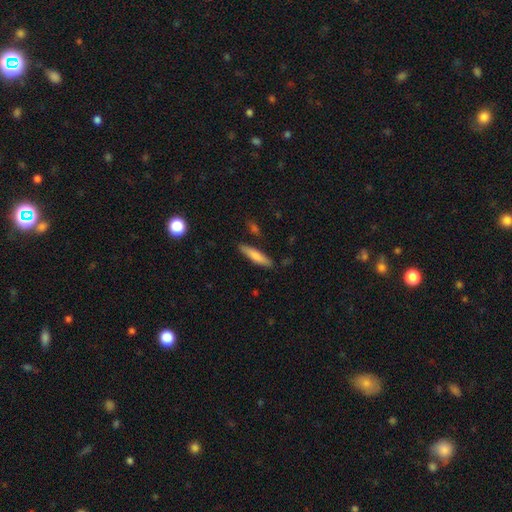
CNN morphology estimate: Overall: smooth (77%). How rounded: cigar-shaped (82%). Merging: none (85%).